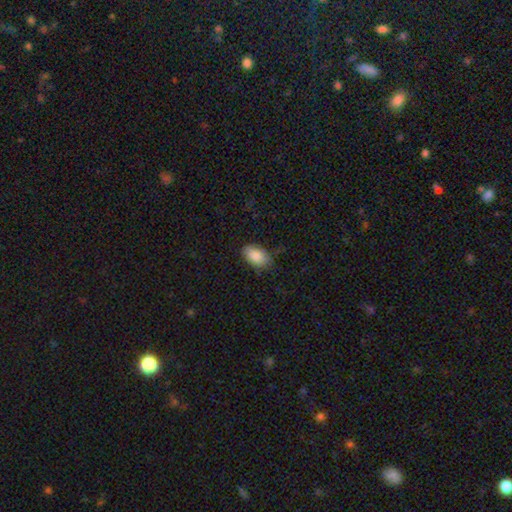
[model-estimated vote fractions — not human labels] Overall: smooth (87%). How rounded: in between (92%). Merging: none (77%).